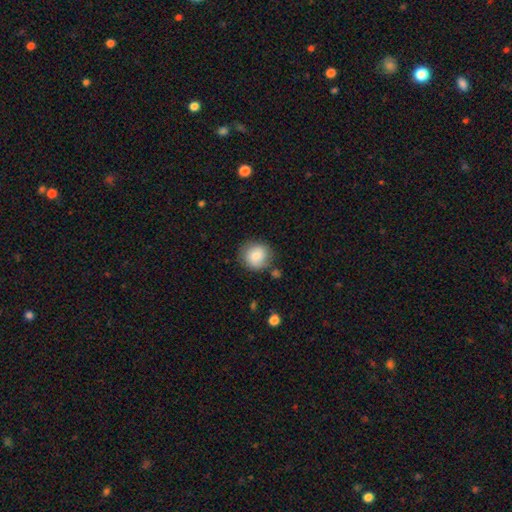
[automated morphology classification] Smooth or featured? Predicted: smooth (p=0.79). How rounded? Predicted: round (p=0.88). Merging? Predicted: none (p=0.77).